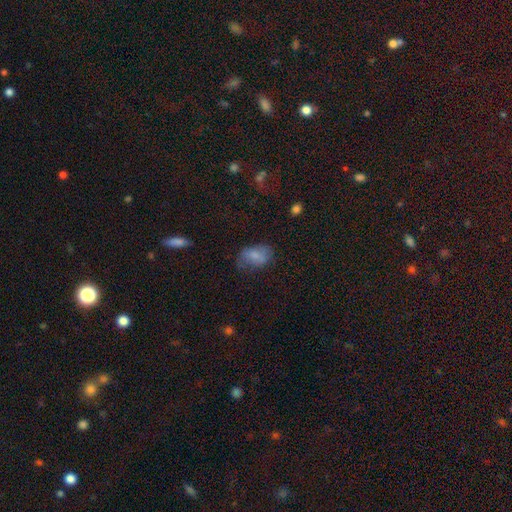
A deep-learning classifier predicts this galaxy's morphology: A smooth galaxy with no disk features (73%) that is in between round and cigar-shaped (84%). Merging: none (50%).